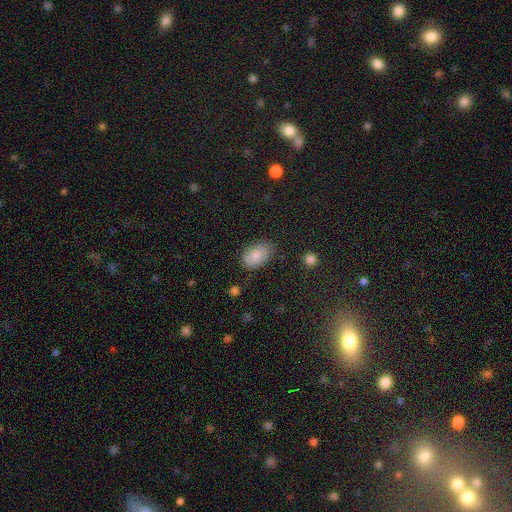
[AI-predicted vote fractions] Smooth or featured? Predicted: smooth (p=0.82). How rounded? Predicted: in between (p=0.89). Merging? Predicted: none (p=0.75).